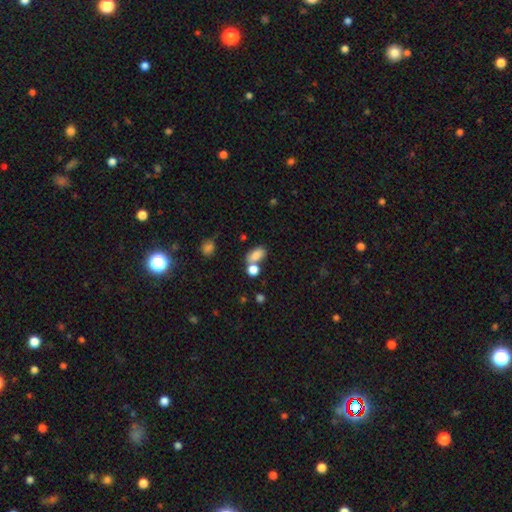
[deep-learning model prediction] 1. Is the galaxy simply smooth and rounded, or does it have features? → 80% smooth, 11% star or artifact, 9% featured or disk.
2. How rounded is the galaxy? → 86% in between, 12% round, 2% cigar-shaped.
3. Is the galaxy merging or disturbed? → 47% none, 34% merger, 14% minor disturbance, 6% major disturbance.